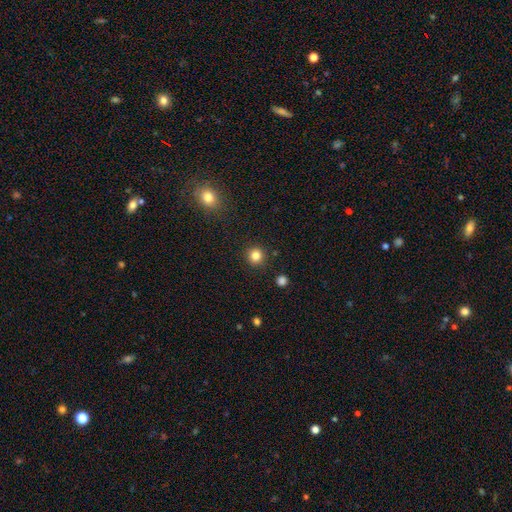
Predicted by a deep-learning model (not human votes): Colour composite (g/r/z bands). It shows a smooth galaxy with no disk features (83%) that is round (94%). Merging: none (91%).